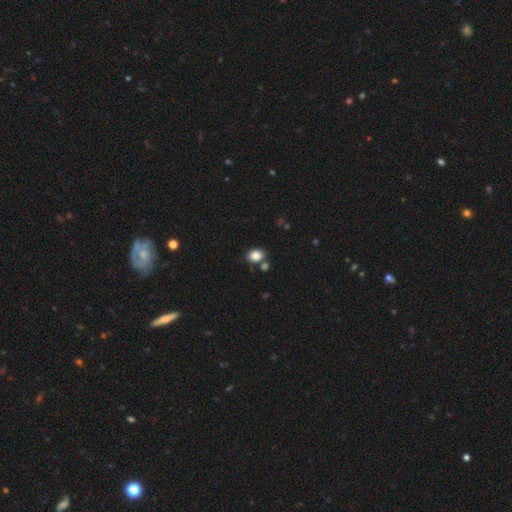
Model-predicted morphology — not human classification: Smooth or featured? Predicted: smooth (p=0.85). How rounded? Predicted: in between (p=0.61). Merging? Predicted: none (p=0.69).